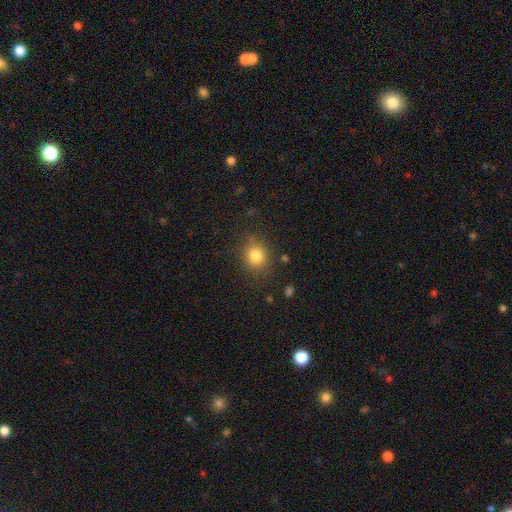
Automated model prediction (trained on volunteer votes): This appears to be a smooth galaxy with no disk features (82%) that is round (71%). Merging: none (83%).